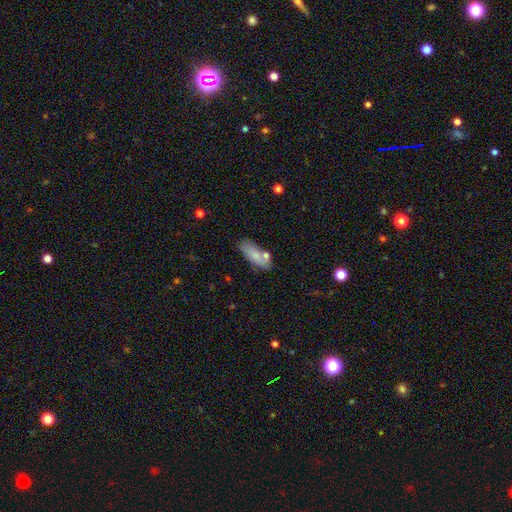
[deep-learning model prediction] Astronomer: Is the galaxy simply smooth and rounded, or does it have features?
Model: smooth — 76%.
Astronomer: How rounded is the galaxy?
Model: in between — 73%.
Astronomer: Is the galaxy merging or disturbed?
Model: none — 65%.